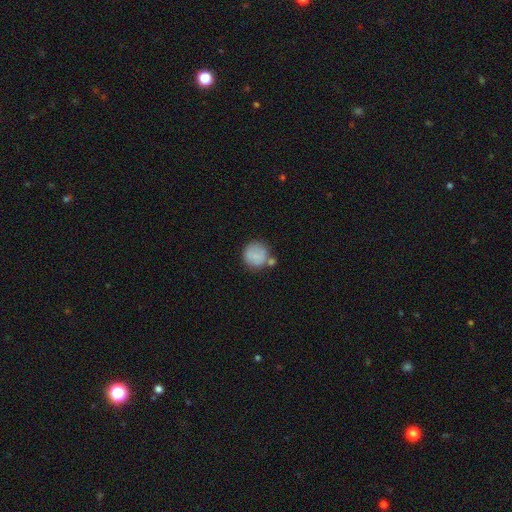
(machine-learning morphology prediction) type=smooth (78%); roundness=round (91%); merging=none (55%).